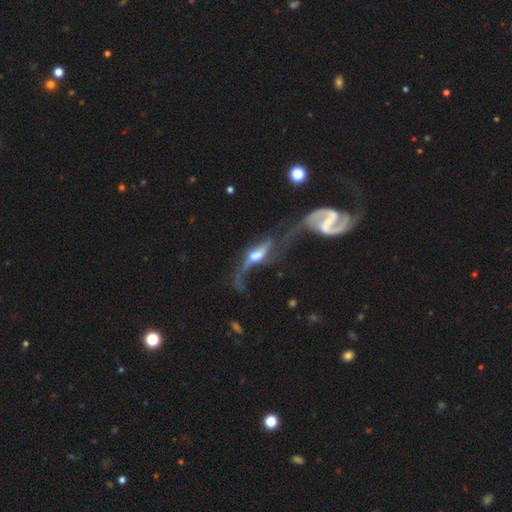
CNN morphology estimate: smooth-or-featured: featured or disk: 68% | smooth: 23% | star or artifact: 9%
  disk-edge-on: no: 57% | yes: 43%
  merging: major disturbance: 37% | merger: 36% | none: 17% | minor disturbance: 11%